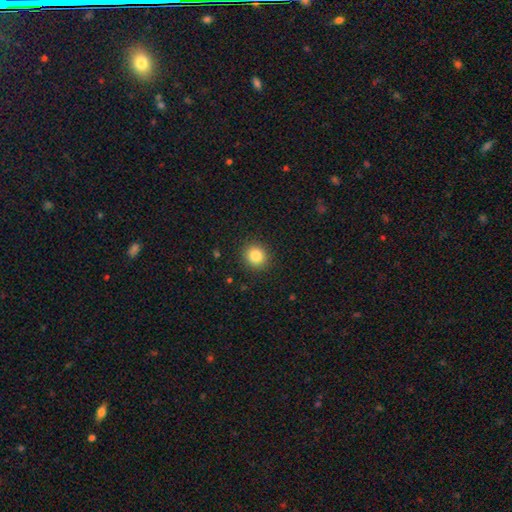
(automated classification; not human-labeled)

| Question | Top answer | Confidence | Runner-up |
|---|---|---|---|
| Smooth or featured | smooth | 85% | star or artifact (10%) |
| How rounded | round | 85% | in between (14%) |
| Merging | none | 91% | minor disturbance (6%) |